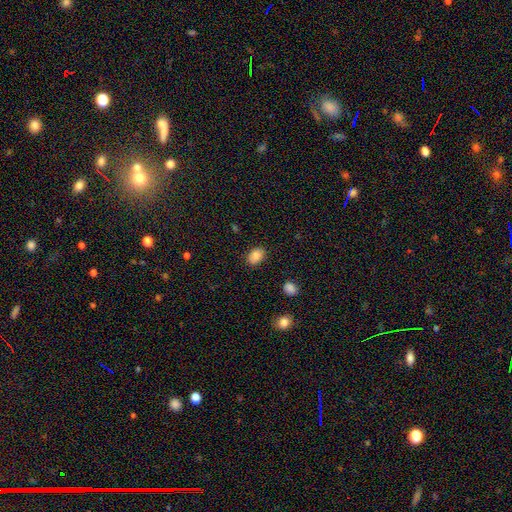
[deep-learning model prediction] smooth 85%, star or artifact 9%, featured or disk 7%. Down the decision tree: how rounded — in between (80%); merging — none (85%).